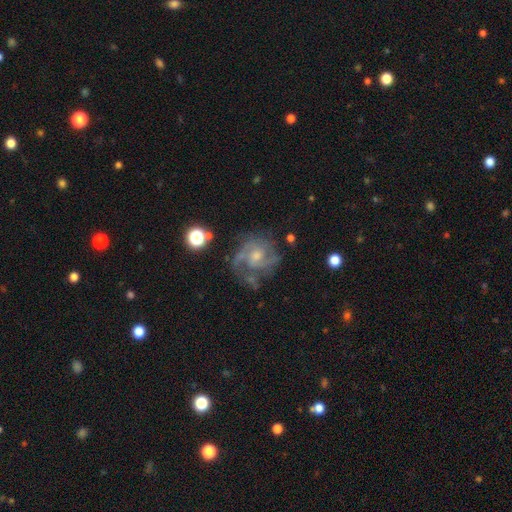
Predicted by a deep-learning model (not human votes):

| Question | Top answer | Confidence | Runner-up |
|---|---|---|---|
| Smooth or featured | featured or disk | 78% | smooth (11%) |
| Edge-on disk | no | 98% | yes (2%) |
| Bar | no | 64% | weak (31%) |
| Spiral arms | yes | 91% | no (9%) |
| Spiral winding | medium | 45% | tight (41%) |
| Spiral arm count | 2 | 33% | can't tell (26%) |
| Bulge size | moderate | 47% | small (43%) |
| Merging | none | 63% | minor disturbance (19%) |